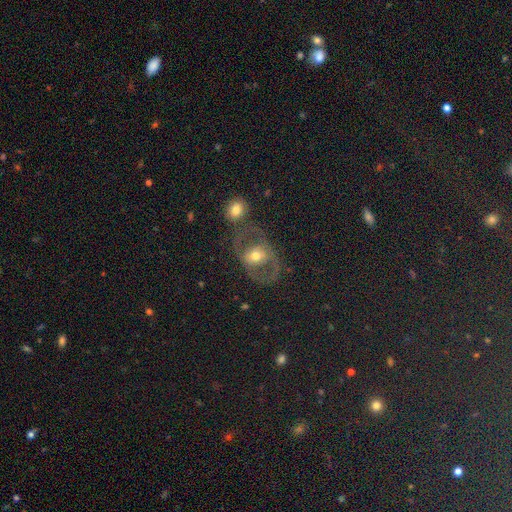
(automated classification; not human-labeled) A featured or disk galaxy (35%, tied with star or artifact). Merging: none (58%).